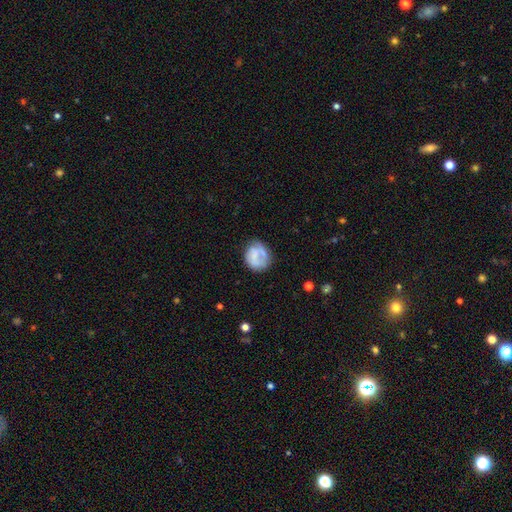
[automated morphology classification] smooth 61%, featured or disk 31%, star or artifact 8%. Down the decision tree: how rounded — round (73%); merging — none (57%).